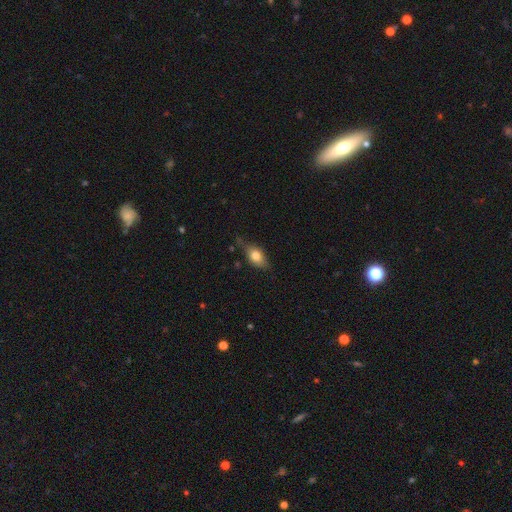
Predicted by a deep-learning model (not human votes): This appears to be a smooth galaxy with no disk features (74%) that is in between round and cigar-shaped (83%). Merging: none (61%).